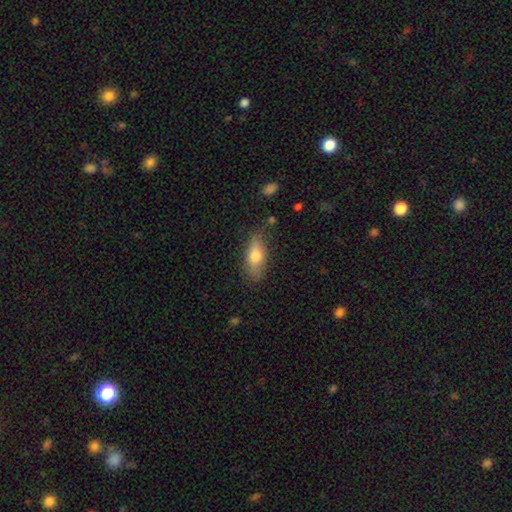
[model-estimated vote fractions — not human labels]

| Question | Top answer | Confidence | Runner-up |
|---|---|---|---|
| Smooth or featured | smooth | 70% | featured or disk (23%) |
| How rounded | in between | 72% | cigar-shaped (24%) |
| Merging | none | 76% | minor disturbance (17%) |